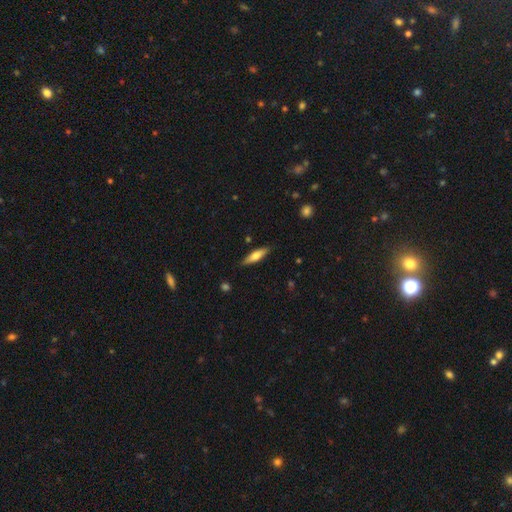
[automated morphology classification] The model was most divided on "smooth or featured": smooth: 54%, featured or disk: 40%, star or artifact: 6%. More confident: merging — none (87%); how rounded — cigar-shaped (68%).